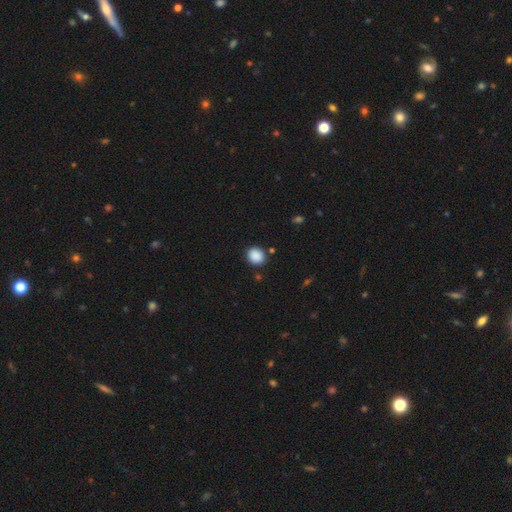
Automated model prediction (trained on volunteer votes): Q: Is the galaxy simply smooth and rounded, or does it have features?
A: smooth — 89%.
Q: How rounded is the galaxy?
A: round — 75%.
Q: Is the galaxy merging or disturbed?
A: none — 87%.